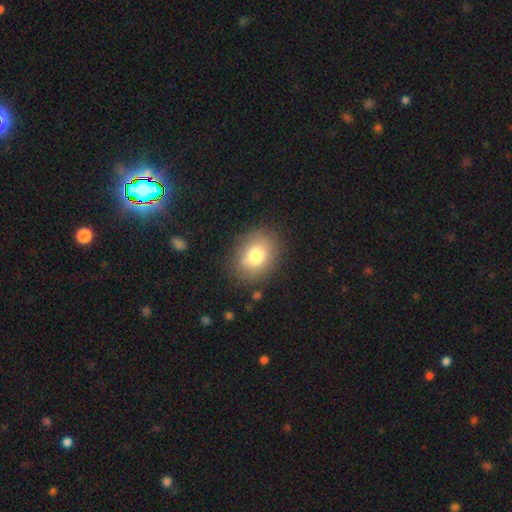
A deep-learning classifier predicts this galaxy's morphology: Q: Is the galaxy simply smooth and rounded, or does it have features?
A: smooth — 77%.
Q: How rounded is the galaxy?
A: in between — 56%.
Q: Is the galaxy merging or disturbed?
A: none — 81%.